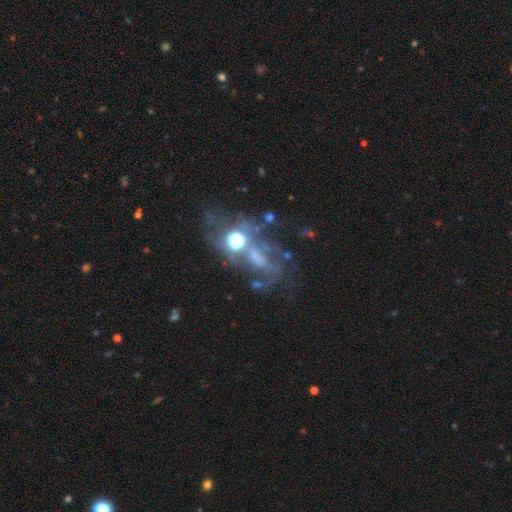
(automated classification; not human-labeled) A featured or disk galaxy (51%). Merging: none (39%).